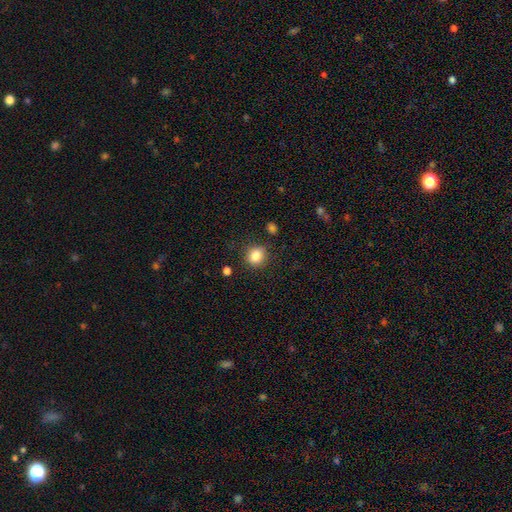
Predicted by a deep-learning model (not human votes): The model was most divided on "how rounded": round: 74%, in between: 25%, cigar-shaped: 1%. More confident: merging — none (84%); smooth or featured — smooth (84%).